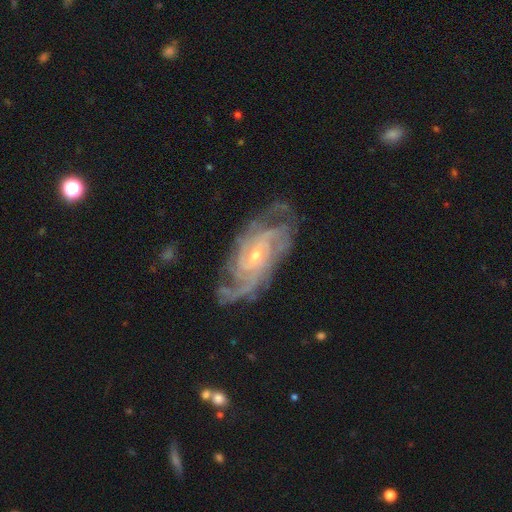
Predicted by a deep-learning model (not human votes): This appears to be a featured or disk galaxy (90%) with no bar (53%), 4 (25%) tight (60%) spiral arms (98%) and a small central bulge (69%). Merging: none (72%).